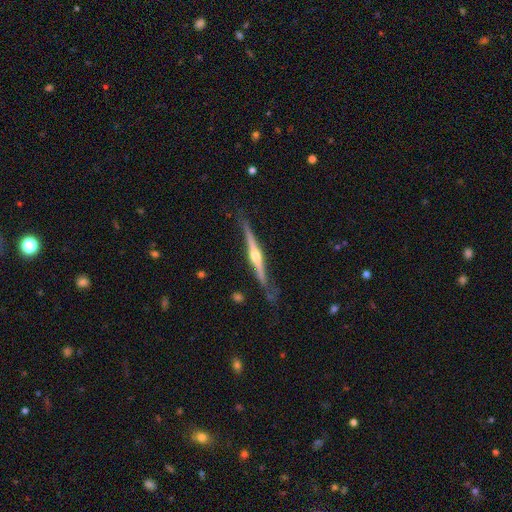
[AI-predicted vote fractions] Overall: featured or disk (81%). Edge-on disk: yes (98%). Edge-on bulge: rounded (92%). Merging: none (79%).